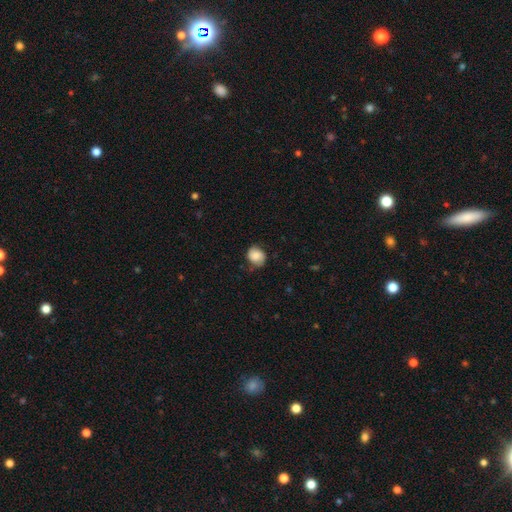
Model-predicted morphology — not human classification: This appears to be a smooth galaxy with no disk features (77%) that is round (62%). Merging: none (71%).